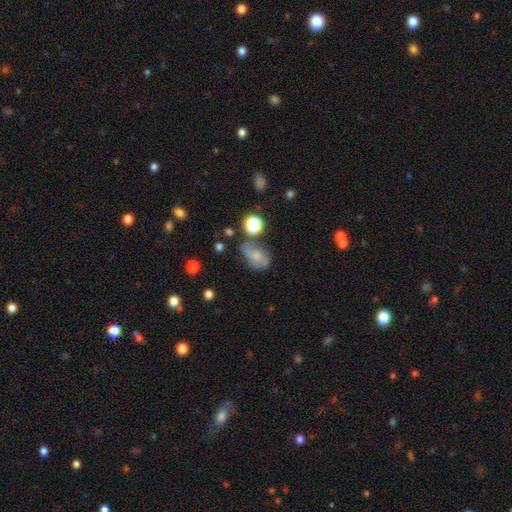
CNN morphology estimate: A smooth galaxy with no disk features (52%) that is in between round and cigar-shaped (77%).

Vote fractions:
- Smooth or featured? smooth: 52% / featured or disk: 34% / star or artifact: 15%
- How rounded? in between: 77% / round: 20% / cigar-shaped: 2%
- Merging? none: 39% / minor disturbance: 28% / major disturbance: 21% / merger: 12%